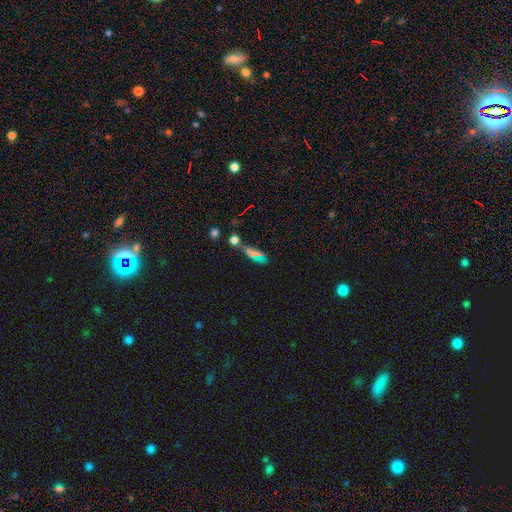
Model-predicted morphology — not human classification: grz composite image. It shows a smooth galaxy with no disk features (49%). Merging: none (38%).